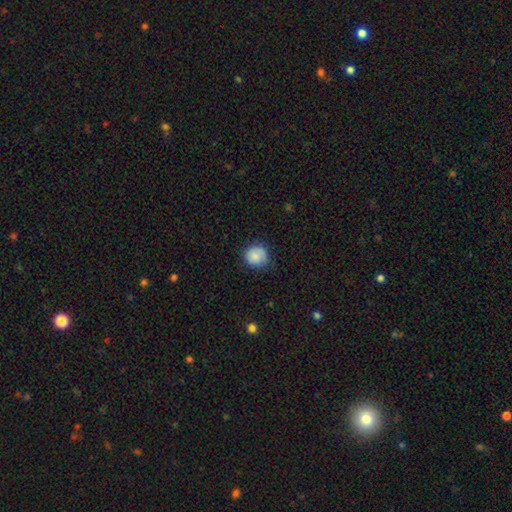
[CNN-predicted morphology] This is likely a smooth galaxy (79%). How rounded: clearly round (86%). Merging: likely none (73%).